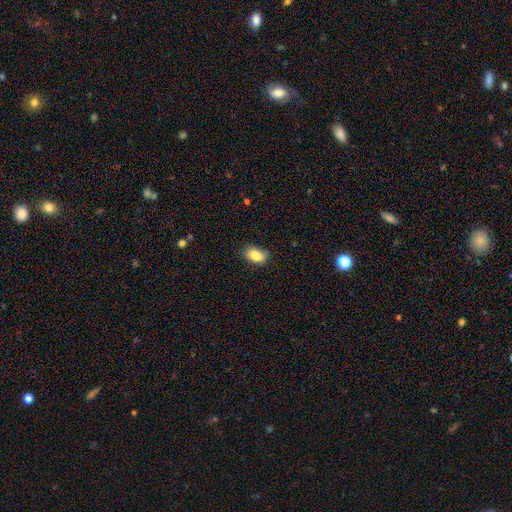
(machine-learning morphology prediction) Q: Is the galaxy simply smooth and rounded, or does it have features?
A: smooth — 84%.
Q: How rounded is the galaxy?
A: in between — 86%.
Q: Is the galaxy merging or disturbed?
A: none — 67%.